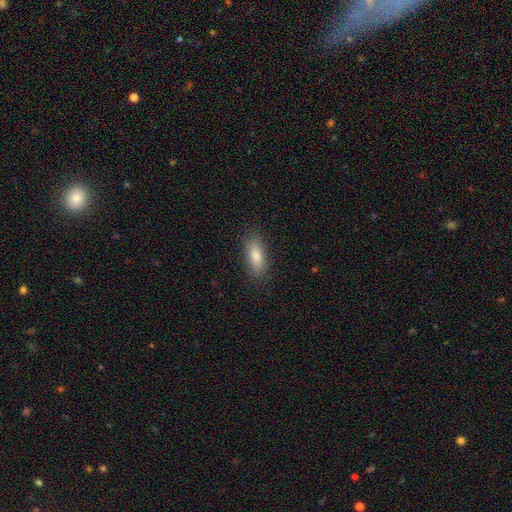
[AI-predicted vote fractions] Morphology: type=smooth (82%); roundness=in between (71%); merging=none (87%).